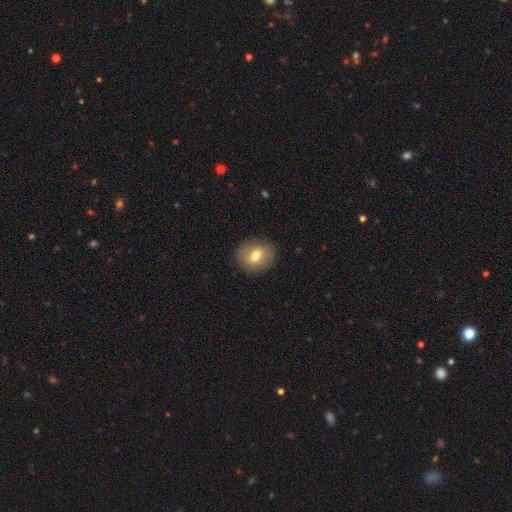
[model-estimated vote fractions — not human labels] Smooth or featured: smooth — 70% (featured or disk — 21%)
How rounded: round — 71% (in between — 27%)
Merging: none — 87% (minor disturbance — 9%)